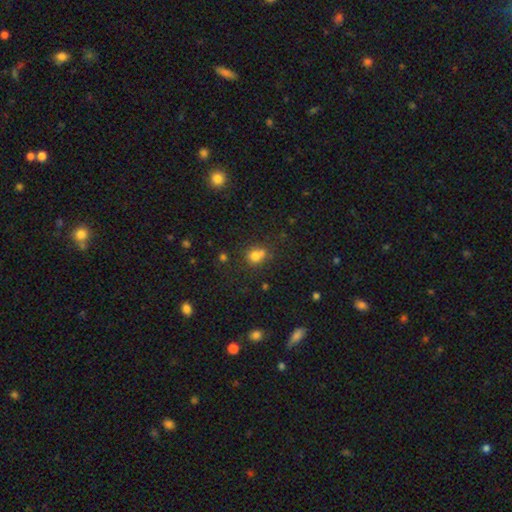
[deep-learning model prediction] Smooth or featured? smooth (74%)
How rounded? round (70%)
Merging? none (45%)